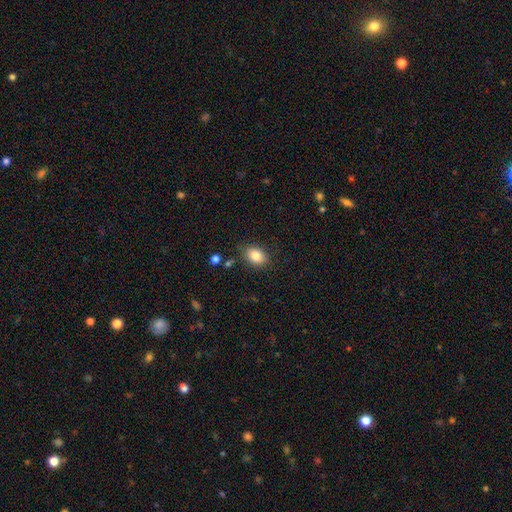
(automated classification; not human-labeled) smooth 84%, star or artifact 8%, featured or disk 7%. Down the decision tree: how rounded — in between (81%); merging — none (82%).